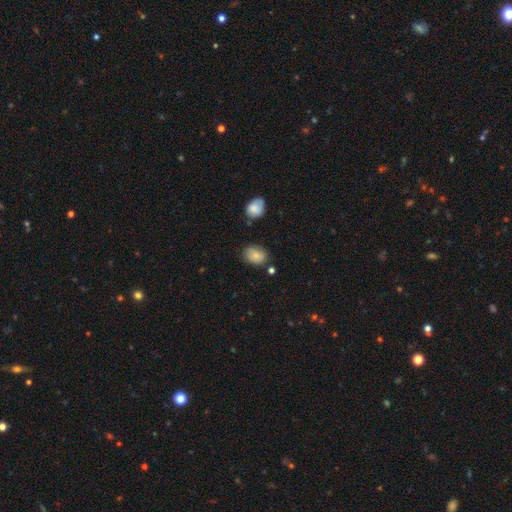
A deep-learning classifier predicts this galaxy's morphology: type=smooth (82%); roundness=in between (68%); merging=none (75%).